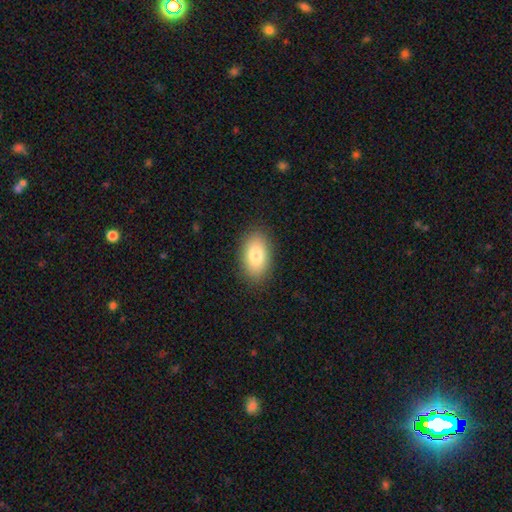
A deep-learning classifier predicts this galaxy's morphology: This appears to be a smooth galaxy with no disk features (81%) that is in between round and cigar-shaped (91%). Merging: none (88%).